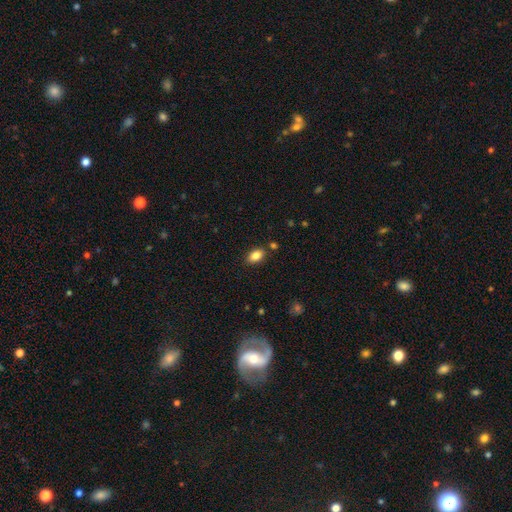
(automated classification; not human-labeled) This is clearly a smooth galaxy (85%). How rounded: clearly in between (88%). Merging: clearly none (83%).